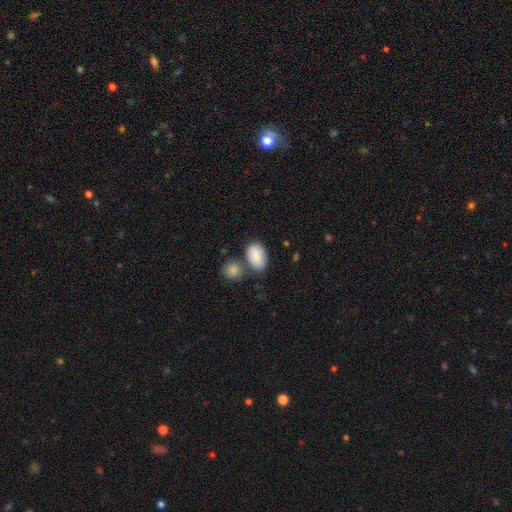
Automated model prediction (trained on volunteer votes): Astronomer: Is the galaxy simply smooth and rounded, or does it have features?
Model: smooth — 85%.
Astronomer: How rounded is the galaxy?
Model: in between — 91%.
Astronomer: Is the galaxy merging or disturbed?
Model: none — 54%.